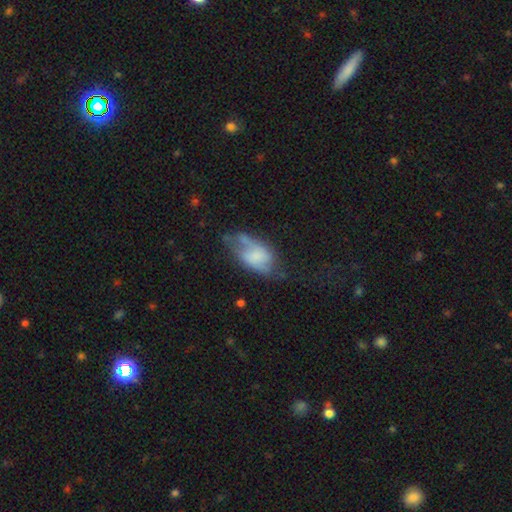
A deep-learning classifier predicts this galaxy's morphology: This is possibly a smooth galaxy (49%). Merging: marginally major disturbance (32%).